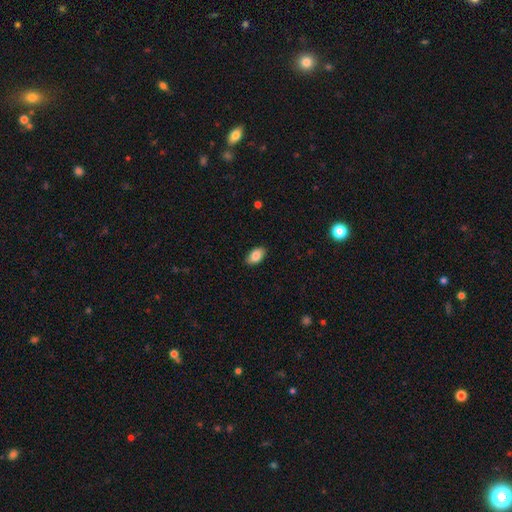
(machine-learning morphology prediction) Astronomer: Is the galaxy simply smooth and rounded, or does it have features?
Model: smooth — 86%.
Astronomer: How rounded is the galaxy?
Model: in between — 93%.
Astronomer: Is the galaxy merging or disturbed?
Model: none — 87%.